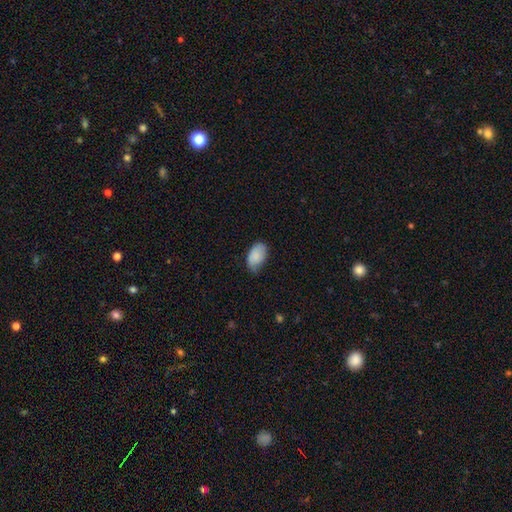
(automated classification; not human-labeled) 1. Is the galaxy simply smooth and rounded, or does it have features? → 87% smooth, 7% featured or disk, 6% star or artifact.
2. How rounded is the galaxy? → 93% in between, 6% round, 1% cigar-shaped.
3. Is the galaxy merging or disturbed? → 56% none, 36% minor disturbance, 6% major disturbance, 1% merger.